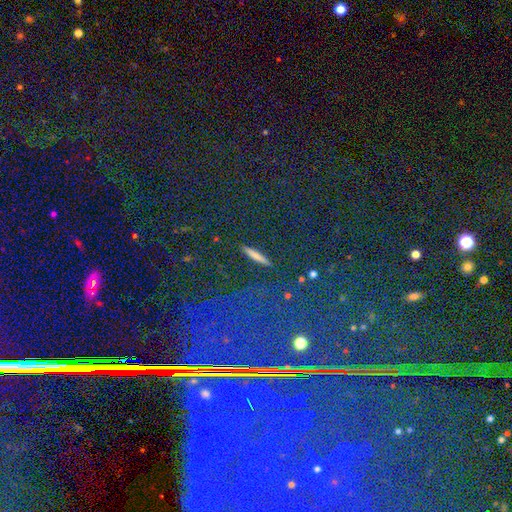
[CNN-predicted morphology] A smooth galaxy with no disk features (48%). Merging: none (91%).